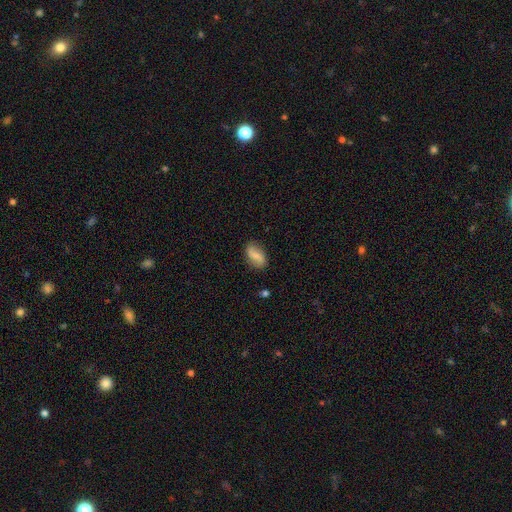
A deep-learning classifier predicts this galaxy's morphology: The model was most divided on "smooth or featured": smooth: 62%, featured or disk: 30%, star or artifact: 8%. More confident: how rounded — in between (88%); merging — none (82%).